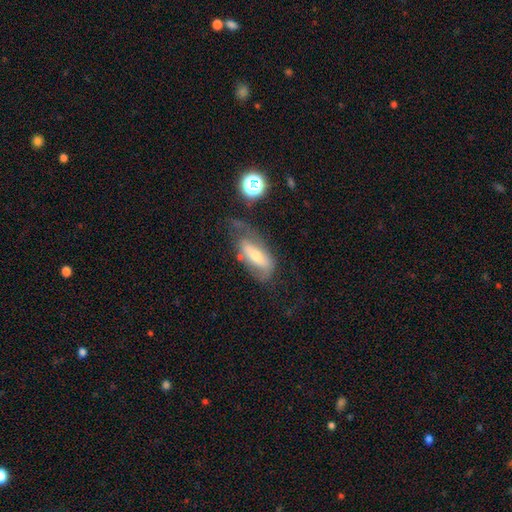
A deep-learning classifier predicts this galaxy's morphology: type=featured or disk (50%); edge-on=no (77%); merging=none (36%).